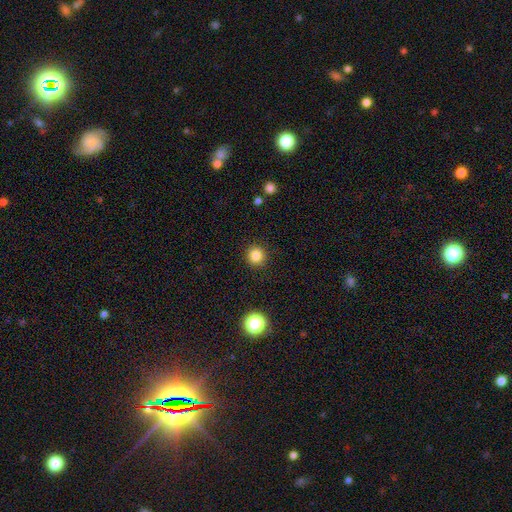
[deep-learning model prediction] smooth 84%, star or artifact 12%, featured or disk 5%. Down the decision tree: how rounded — round (93%); merging — none (91%).